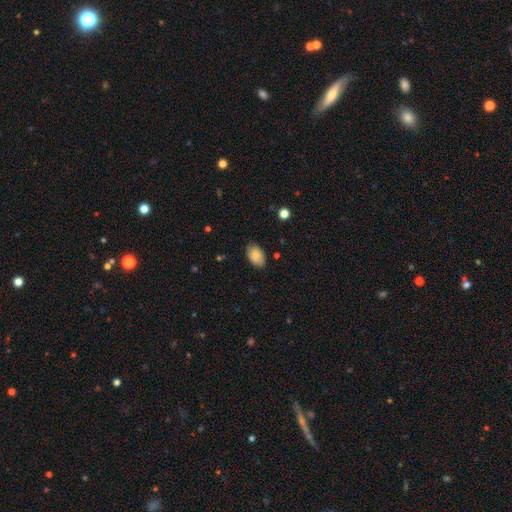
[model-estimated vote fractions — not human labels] smooth 81%, featured or disk 11%, star or artifact 7%. Down the decision tree: how rounded — in between (90%); merging — none (82%).